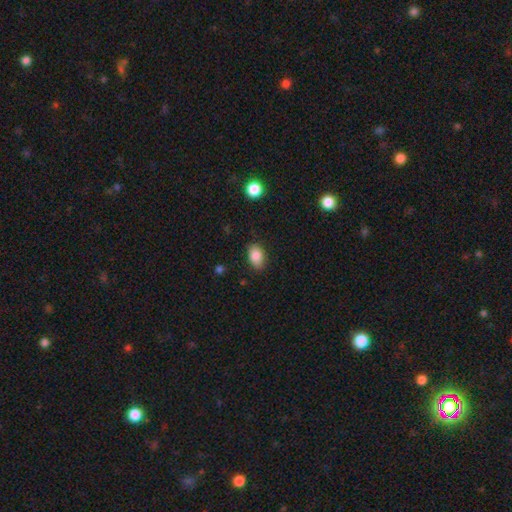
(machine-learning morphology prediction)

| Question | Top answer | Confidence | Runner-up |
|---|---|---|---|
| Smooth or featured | smooth | 86% | star or artifact (8%) |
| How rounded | in between | 87% | round (11%) |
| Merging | none | 84% | minor disturbance (12%) |